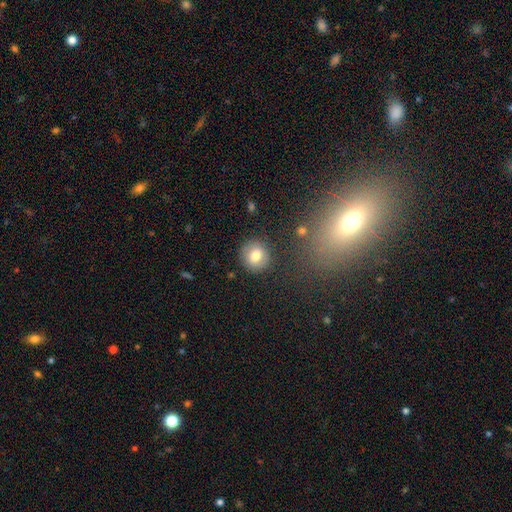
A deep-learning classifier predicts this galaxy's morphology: This appears to be a smooth galaxy with no disk features (77%) that is round (88%). Merging: none (88%).